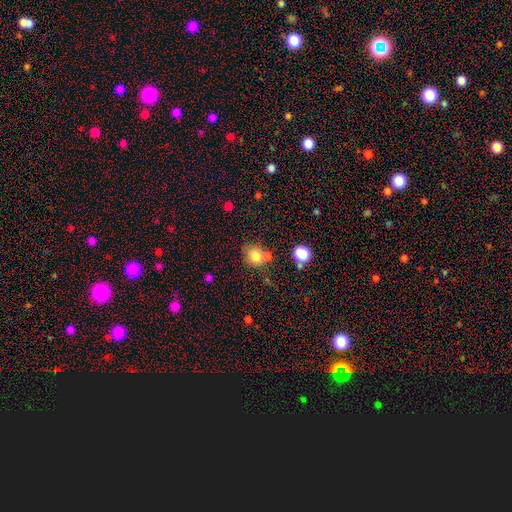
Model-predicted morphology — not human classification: Smooth or featured?
  - smooth: 78% *
  - star or artifact: 13%
  - featured or disk: 9%
How rounded?
  - round: 82% *
  - in between: 17%
  - cigar-shaped: 1%
Merging?
  - none: 62% *
  - merger: 22%
  - minor disturbance: 12%
  - major disturbance: 4%